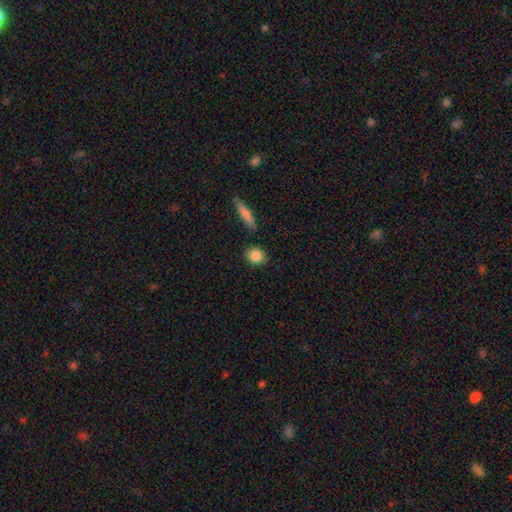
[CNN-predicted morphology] A smooth galaxy with no disk features (85%) that is round (74%). Merging: none (84%).